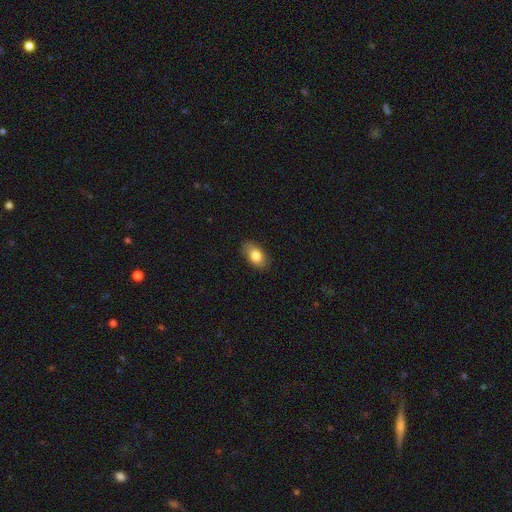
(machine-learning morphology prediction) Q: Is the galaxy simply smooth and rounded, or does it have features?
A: smooth — 81%.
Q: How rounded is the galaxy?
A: in between — 91%.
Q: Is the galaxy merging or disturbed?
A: none — 85%.